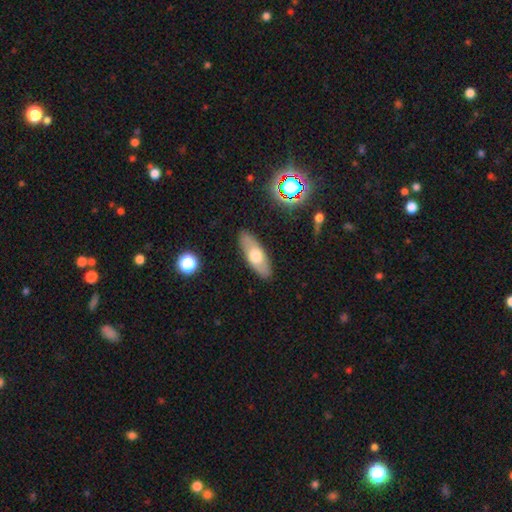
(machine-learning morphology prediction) Smooth or featured?
  - smooth: 59% *
  - featured or disk: 34%
  - star or artifact: 7%
How rounded?
  - in between: 70% *
  - cigar-shaped: 27%
  - round: 3%
Merging?
  - none: 88% *
  - minor disturbance: 9%
  - major disturbance: 2%
  - merger: 1%